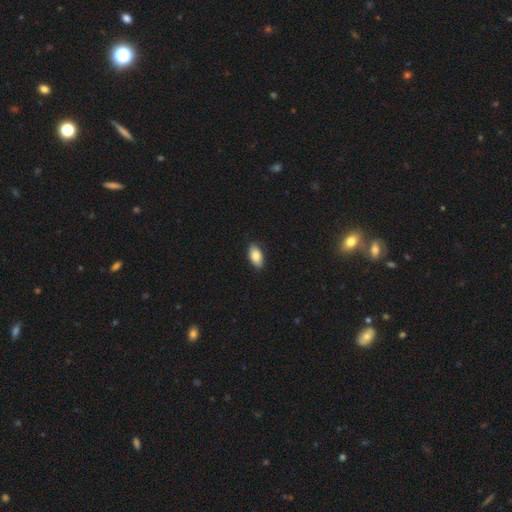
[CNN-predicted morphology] This appears to be a smooth galaxy with no disk features (84%) that is in between round and cigar-shaped (93%). Merging: none (86%).